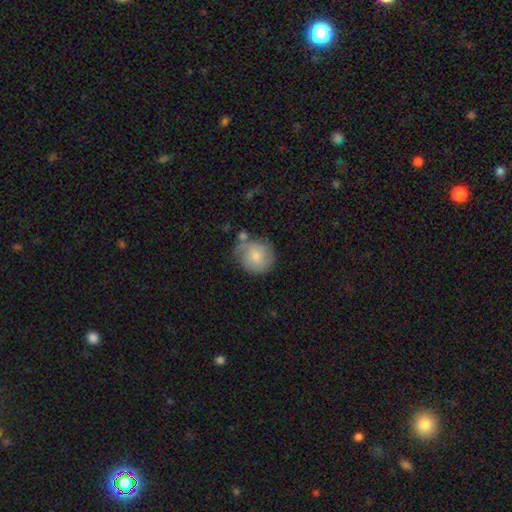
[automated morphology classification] A smooth galaxy with no disk features (63%) that is round (86%).

Vote fractions:
- Smooth or featured? smooth: 63% / featured or disk: 30% / star or artifact: 7%
- How rounded? round: 86% / in between: 13% / cigar-shaped: 1%
- Merging? none: 54% / minor disturbance: 23% / merger: 14% / major disturbance: 9%